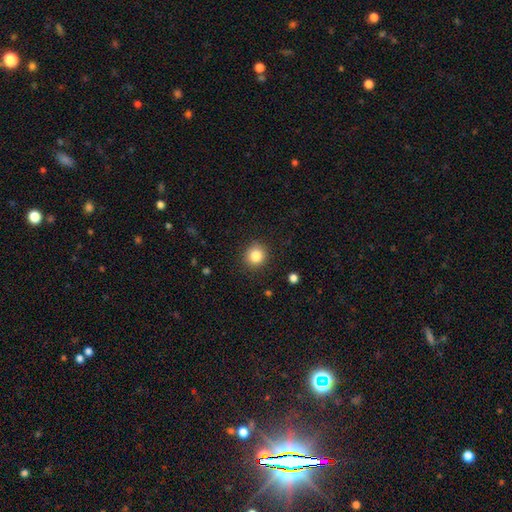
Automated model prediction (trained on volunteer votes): Smooth or featured? Predicted: smooth (p=0.84). How rounded? Predicted: round (p=0.90). Merging? Predicted: none (p=0.90).